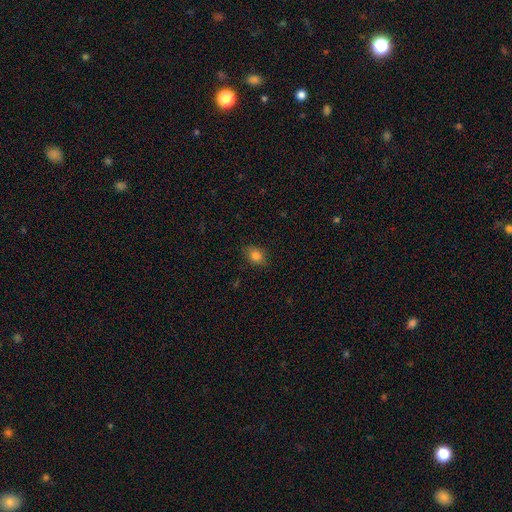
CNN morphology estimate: Q: Smooth or featured?
A: smooth (82%); runner-up: star or artifact (12%)
Q: How rounded?
A: in between (50%); runner-up: round (49%)
Q: Merging?
A: none (83%); runner-up: minor disturbance (13%)